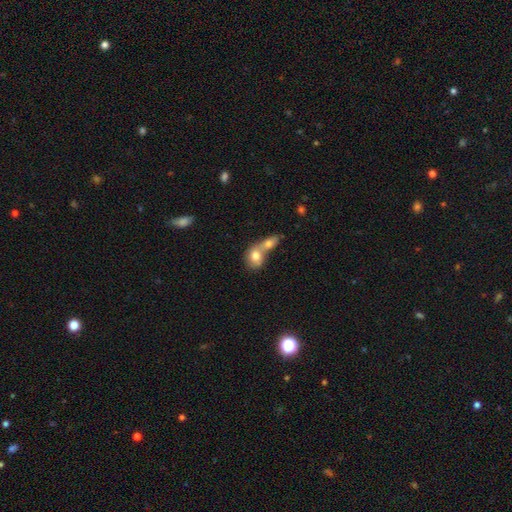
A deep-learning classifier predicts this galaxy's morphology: Smooth or featured? Predicted: smooth (p=0.75). How rounded? Predicted: round (p=0.50). Merging? Predicted: merger (p=0.74).